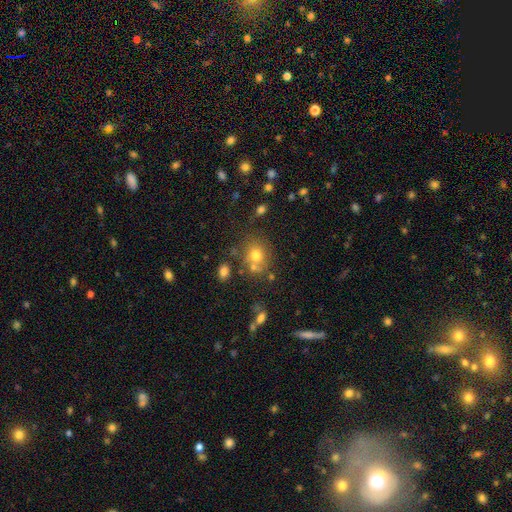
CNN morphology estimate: Q: Smooth or featured?
A: smooth (71%); runner-up: star or artifact (16%)
Q: How rounded?
A: round (73%); runner-up: in between (26%)
Q: Merging?
A: none (65%); runner-up: merger (16%)